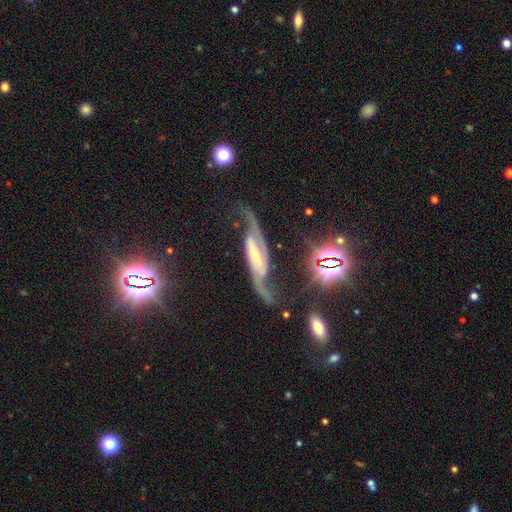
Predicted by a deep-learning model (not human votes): Smooth or featured: featured or disk — 84% (star or artifact — 10%)
Edge-on disk: no — 88% (yes — 12%)
Bar: strong — 52% (weak — 32%)
Spiral arms: yes — 97% (no — 3%)
Spiral winding: loose — 60% (medium — 31%)
Spiral arm count: 2 — 92% (can't tell — 2%)
Bulge size: small — 54% (moderate — 31%)
Merging: none — 63% (minor disturbance — 18%)